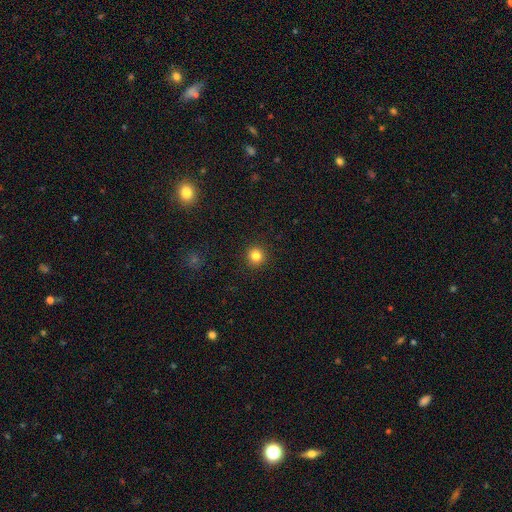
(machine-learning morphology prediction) A smooth galaxy with no disk features (83%) that is round (94%).

Vote fractions:
- Smooth or featured? smooth: 83% / star or artifact: 12% / featured or disk: 5%
- How rounded? round: 94% / in between: 5% / cigar-shaped: 1%
- Merging? none: 93% / minor disturbance: 4% / major disturbance: 2% / merger: 1%